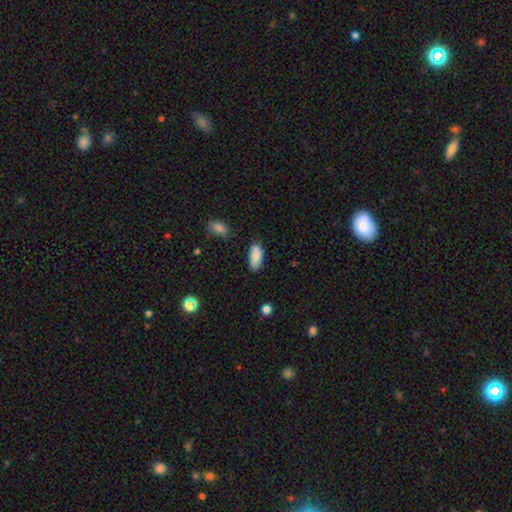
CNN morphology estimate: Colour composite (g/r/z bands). It shows a smooth galaxy with no disk features (85%) that is in between round and cigar-shaped (91%). Merging: none (78%).